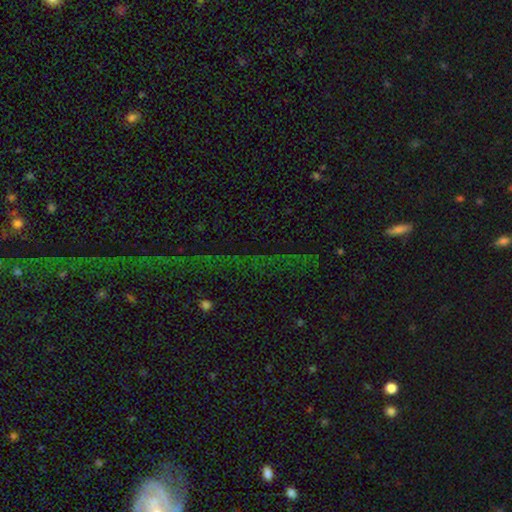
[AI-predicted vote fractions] Smooth or featured: star or artifact — 75% (featured or disk — 13%)